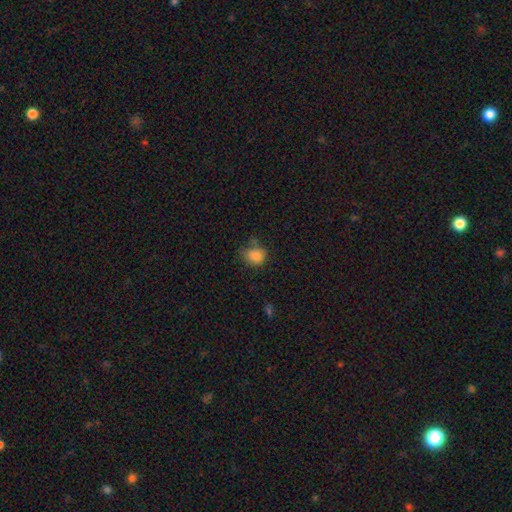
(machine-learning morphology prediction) This is clearly a smooth galaxy (83%). How rounded: likely round (72%). Merging: possibly none (60%).